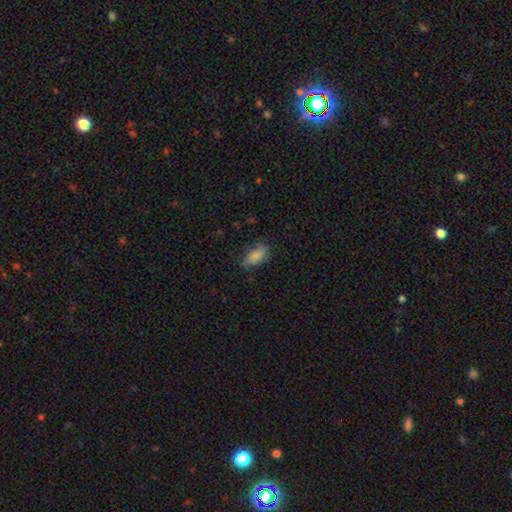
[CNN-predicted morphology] Smooth or featured? smooth (85%)
How rounded? in between (89%)
Merging? none (73%)